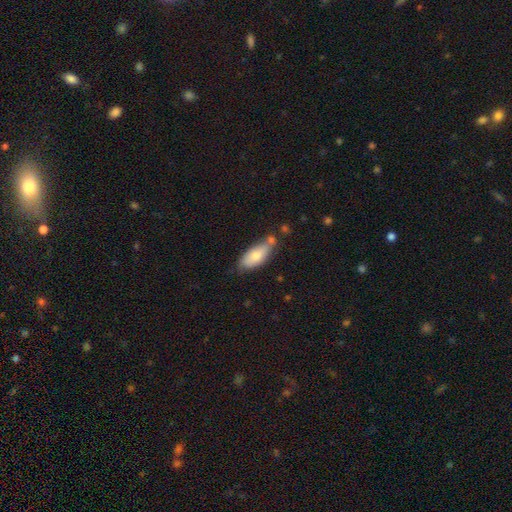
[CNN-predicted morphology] smooth-or-featured: smooth: 73% | featured or disk: 21% | star or artifact: 6%
  how-rounded: in between: 80% | cigar-shaped: 17% | round: 2%
  merging: none: 54% | minor disturbance: 25% | merger: 15% | major disturbance: 5%